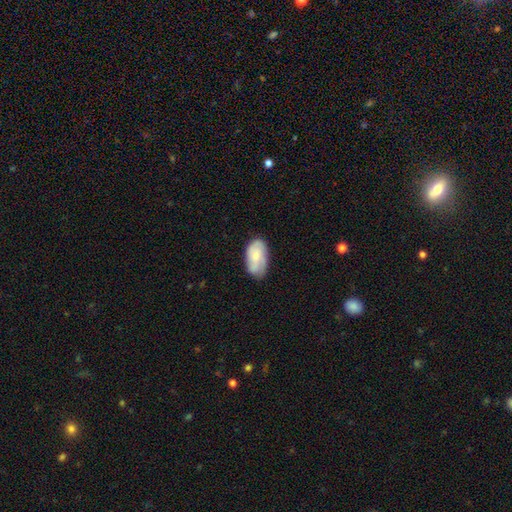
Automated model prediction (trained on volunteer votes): A smooth galaxy with no disk features (52%) that is in between round and cigar-shaped (93%).

Vote fractions:
- Smooth or featured? smooth: 52% / featured or disk: 41% / star or artifact: 6%
- How rounded? in between: 93% / round: 5% / cigar-shaped: 2%
- Merging? none: 69% / minor disturbance: 25% / major disturbance: 5% / merger: 1%